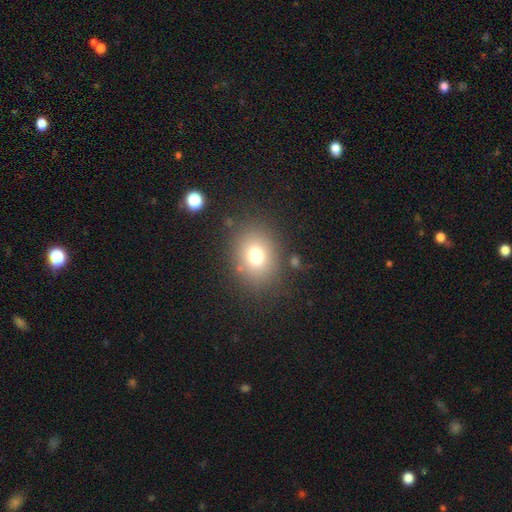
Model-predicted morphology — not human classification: Smooth or featured? Predicted: smooth (p=0.73). How rounded? Predicted: round (p=0.53). Merging? Predicted: none (p=0.81).